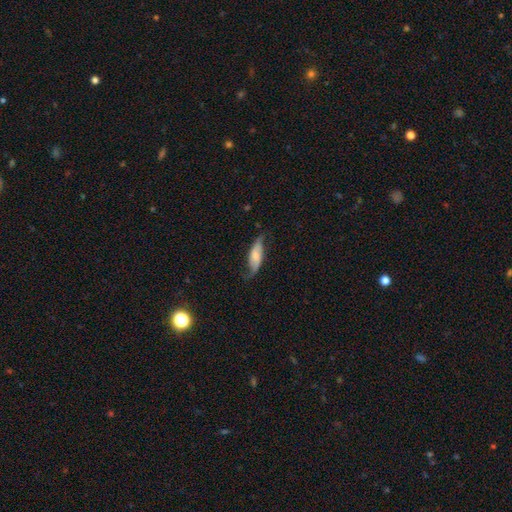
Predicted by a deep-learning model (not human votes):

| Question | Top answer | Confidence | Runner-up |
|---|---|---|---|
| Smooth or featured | featured or disk | 58% | smooth (36%) |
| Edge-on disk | no | 82% | yes (18%) |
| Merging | none | 64% | minor disturbance (24%) |